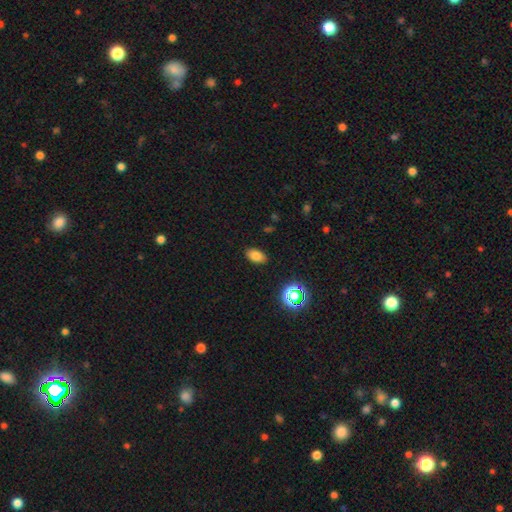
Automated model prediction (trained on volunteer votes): Smooth or featured? smooth (80%)
How rounded? in between (90%)
Merging? none (88%)